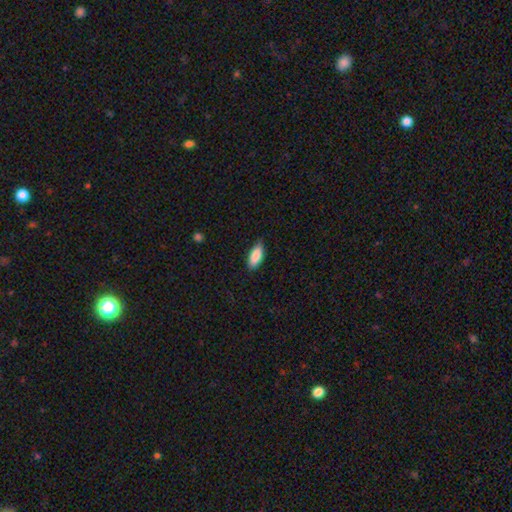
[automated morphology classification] Smooth or featured?
  - smooth: 87% *
  - featured or disk: 7%
  - star or artifact: 6%
How rounded?
  - in between: 83% *
  - cigar-shaped: 15%
  - round: 2%
Merging?
  - none: 81% *
  - minor disturbance: 15%
  - major disturbance: 2%
  - merger: 1%